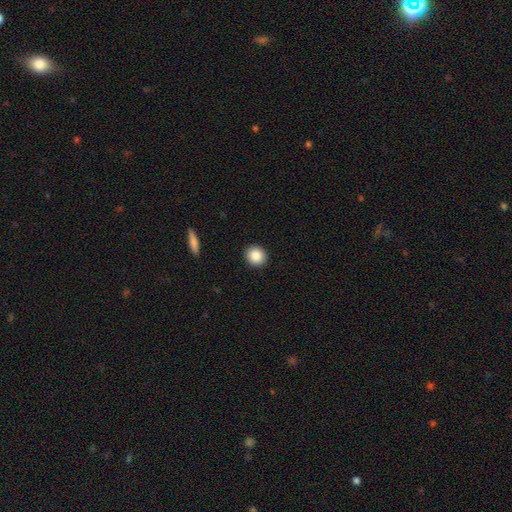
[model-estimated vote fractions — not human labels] smooth_or_featured: smooth (p=0.87) [alt: star or artifact p=0.08]
how_rounded: round (p=0.86) [alt: in between p=0.13]
merging: none (p=0.92) [alt: minor disturbance p=0.05]